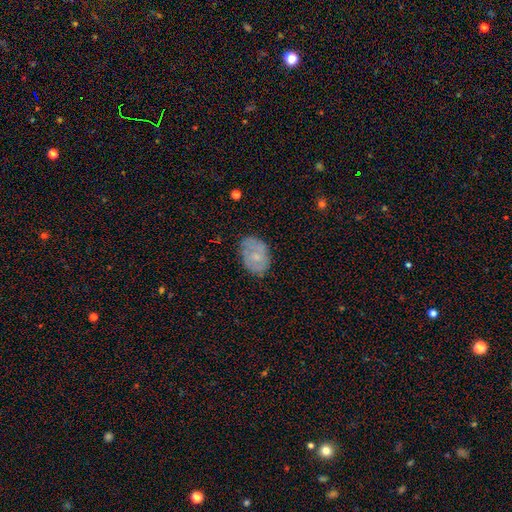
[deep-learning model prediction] Smooth or featured: smooth — 51% (featured or disk — 40%)
How rounded: in between — 78% (round — 21%)
Merging: none — 65% (minor disturbance — 25%)